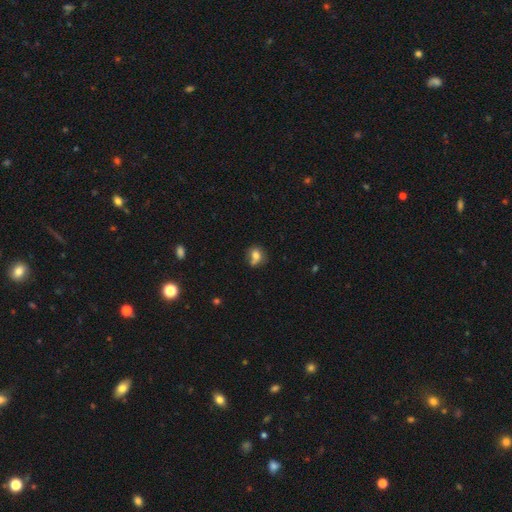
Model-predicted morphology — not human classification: Smooth or featured? Predicted: smooth (p=0.75). How rounded? Predicted: round (p=0.60). Merging? Predicted: none (p=0.45).